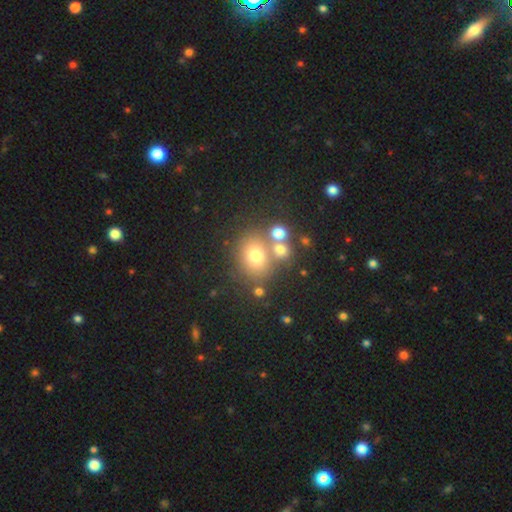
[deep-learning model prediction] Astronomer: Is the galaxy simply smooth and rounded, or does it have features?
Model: smooth — 70%.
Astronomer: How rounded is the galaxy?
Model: round — 64%.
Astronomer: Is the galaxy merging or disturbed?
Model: none — 61%.